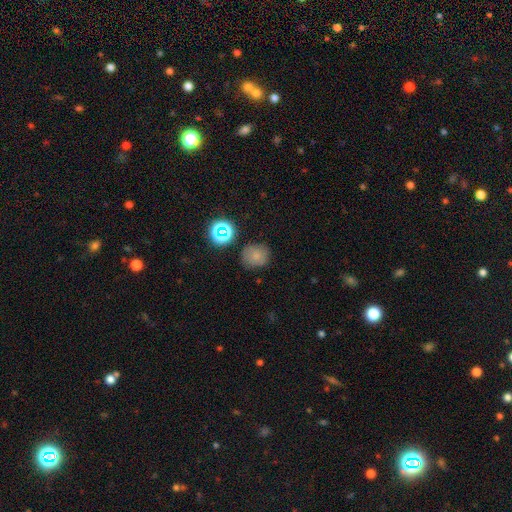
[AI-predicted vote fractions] Overall: smooth (73%). How rounded: round (83%). Merging: none (79%).